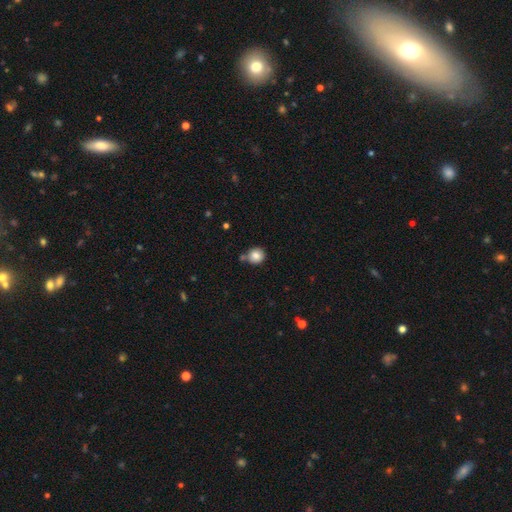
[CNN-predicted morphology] This appears to be a smooth galaxy with no disk features (84%) that is round (89%). Merging: none (66%).